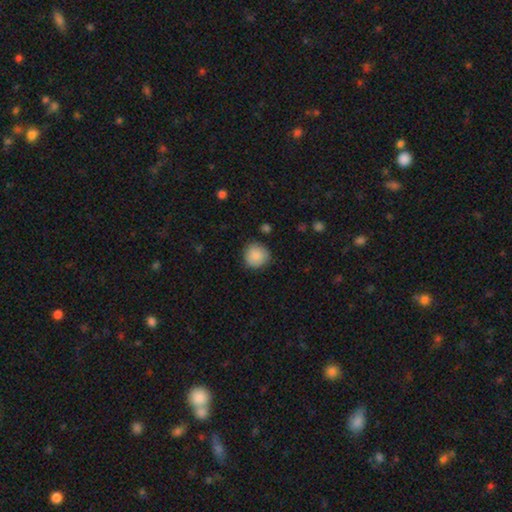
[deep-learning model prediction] This appears to be a smooth galaxy with no disk features (88%) that is round (92%). Merging: none (85%).